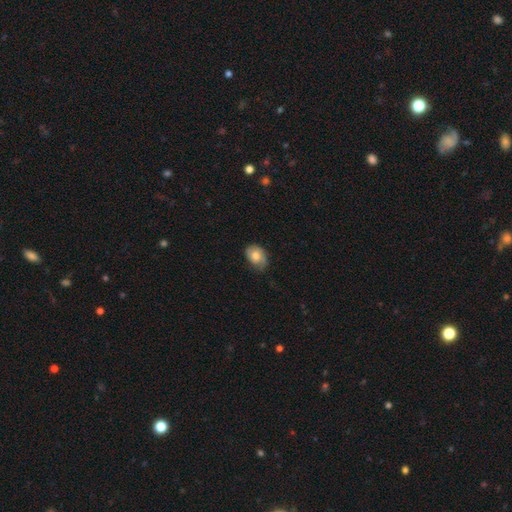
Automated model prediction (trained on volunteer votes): A smooth galaxy with no disk features (69%) that is in between round and cigar-shaped (69%). Merging: none (58%).